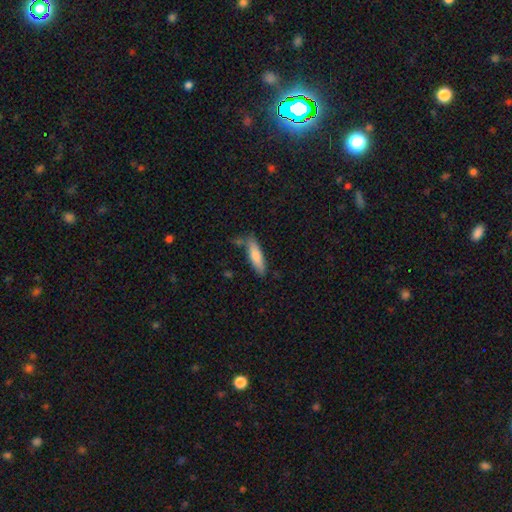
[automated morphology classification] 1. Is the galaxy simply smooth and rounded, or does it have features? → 78% smooth, 16% featured or disk, 6% star or artifact.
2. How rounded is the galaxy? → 64% cigar-shaped, 34% in between, 2% round.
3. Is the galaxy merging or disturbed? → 74% none, 17% minor disturbance, 6% merger, 3% major disturbance.